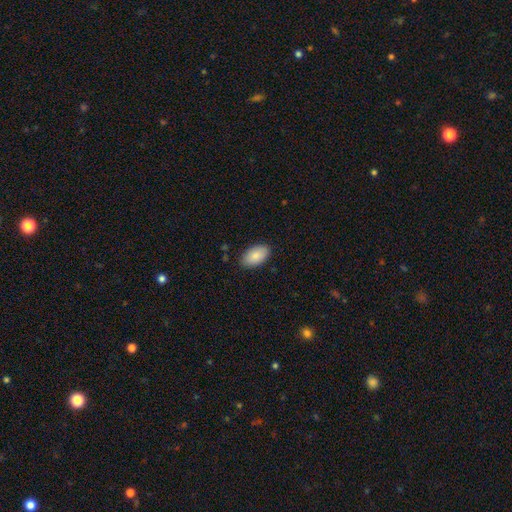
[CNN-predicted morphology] A smooth galaxy with no disk features (86%) that is in between round and cigar-shaped (94%). Merging: none (86%).